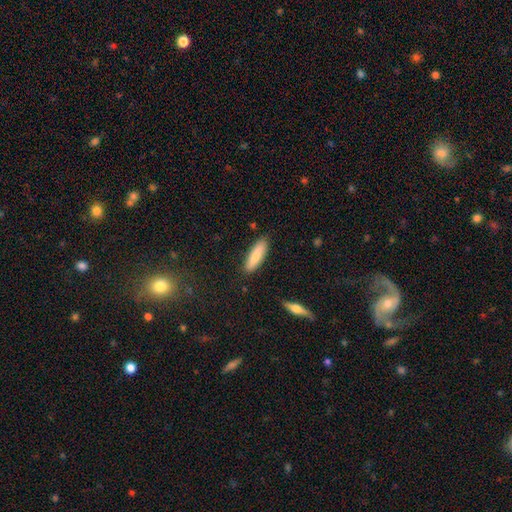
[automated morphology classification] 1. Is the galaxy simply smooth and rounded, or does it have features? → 81% smooth, 14% featured or disk, 6% star or artifact.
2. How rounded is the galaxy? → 60% cigar-shaped, 38% in between, 1% round.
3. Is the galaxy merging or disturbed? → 86% none, 11% minor disturbance, 2% major disturbance, 2% merger.